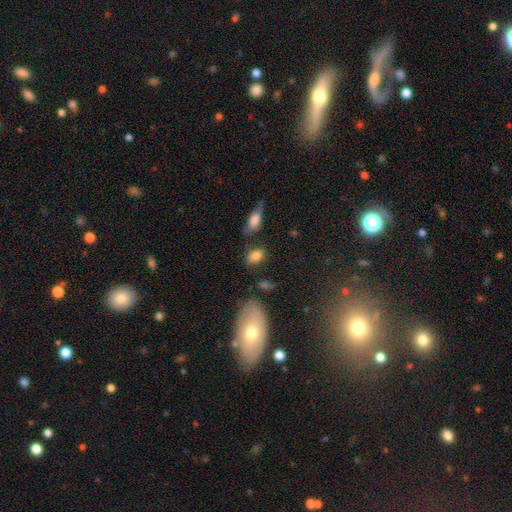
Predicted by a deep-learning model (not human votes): The model was most divided on "merging": none: 72%, minor disturbance: 16%, merger: 7%, major disturbance: 5%. More confident: how rounded — in between (85%); smooth or featured — smooth (83%).